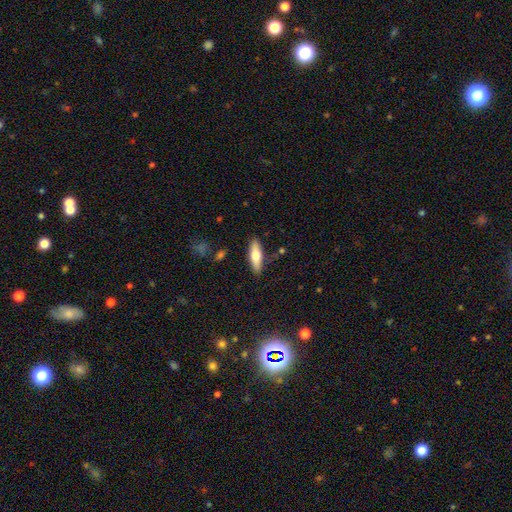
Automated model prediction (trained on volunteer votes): smooth 63%, featured or disk 32%, star or artifact 6%. Down the decision tree: how rounded — cigar-shaped (51%); merging — none (86%).